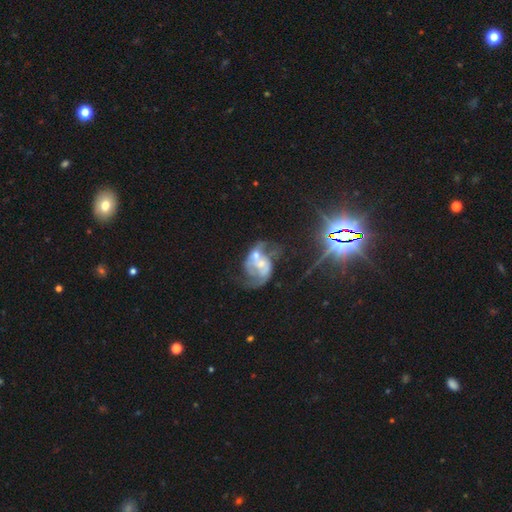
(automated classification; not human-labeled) Morphology: type=featured or disk (74%); edge-on=no (97%); bar=no (67%); spiral arms=yes (76%); winding=loose (46%); arm count=2 (73%); bulge=moderate (44%); merging=merger (53%).